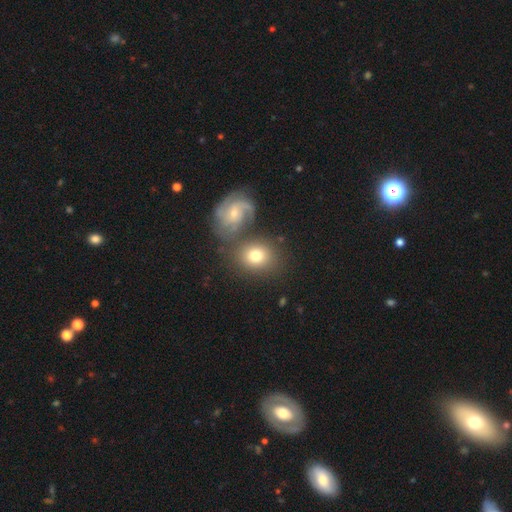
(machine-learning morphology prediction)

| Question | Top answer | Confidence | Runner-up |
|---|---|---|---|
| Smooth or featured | smooth | 67% | featured or disk (25%) |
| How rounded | round | 59% | in between (40%) |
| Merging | none | 63% | merger (19%) |